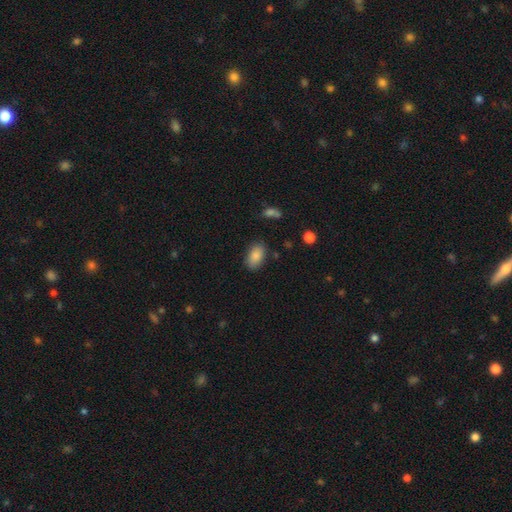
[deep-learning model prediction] Smooth or featured? smooth (86%)
How rounded? in between (91%)
Merging? none (81%)